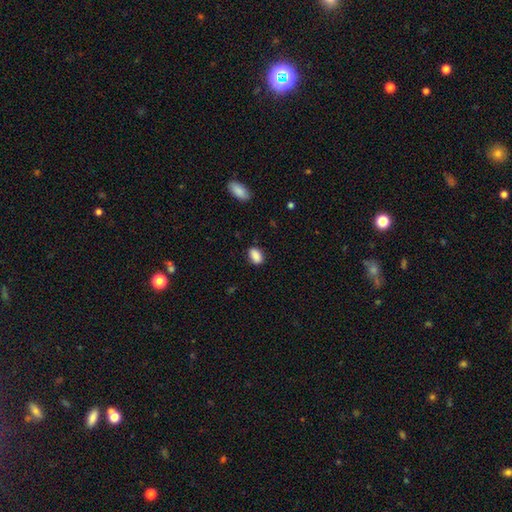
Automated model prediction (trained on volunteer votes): smooth_or_featured: smooth (p=0.88) [alt: star or artifact p=0.08]
how_rounded: in between (p=0.88) [alt: round p=0.10]
merging: none (p=0.84) [alt: minor disturbance p=0.13]